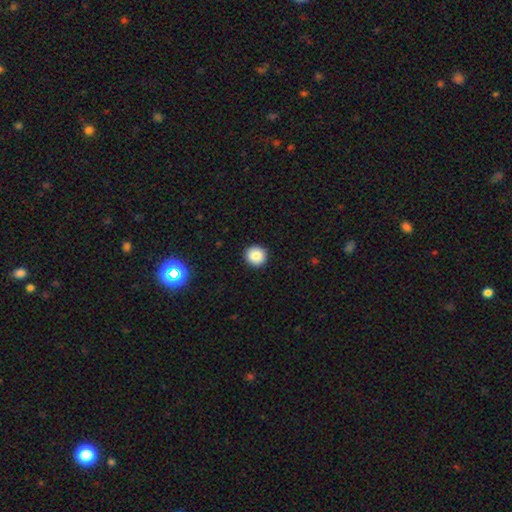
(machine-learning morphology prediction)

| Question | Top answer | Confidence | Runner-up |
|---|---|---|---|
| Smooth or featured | smooth | 86% | star or artifact (9%) |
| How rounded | round | 93% | in between (7%) |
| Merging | none | 93% | minor disturbance (5%) |